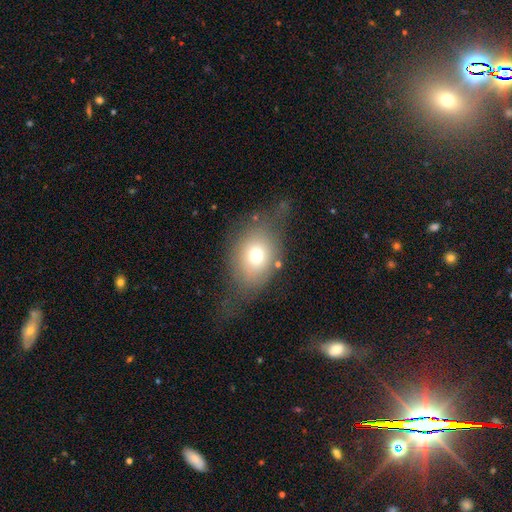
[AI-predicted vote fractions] smooth 68%, featured or disk 21%, star or artifact 11%. Down the decision tree: how rounded — in between (59%); merging — none (49%).